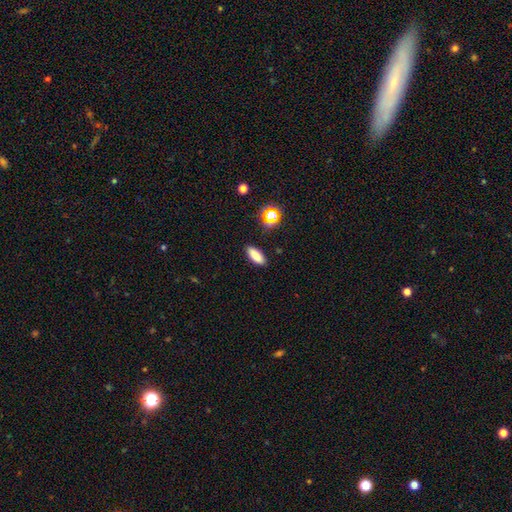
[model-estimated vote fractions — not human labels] The model was most divided on "how rounded": in between: 73%, cigar-shaped: 24%, round: 3%. More confident: merging — none (88%); smooth or featured — smooth (83%).